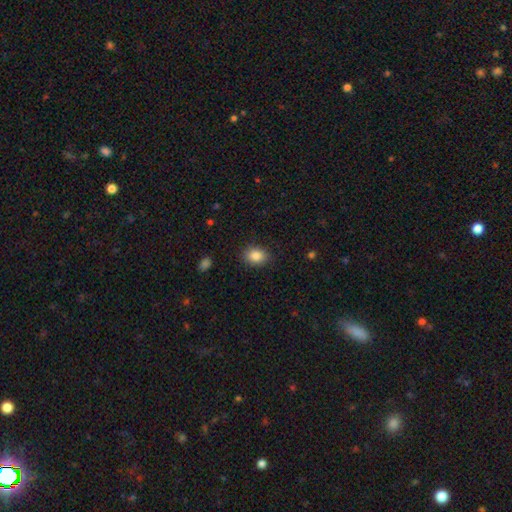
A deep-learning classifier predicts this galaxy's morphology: Q: Smooth or featured?
A: smooth (86%); runner-up: star or artifact (9%)
Q: How rounded?
A: in between (65%); runner-up: round (34%)
Q: Merging?
A: none (86%); runner-up: minor disturbance (10%)